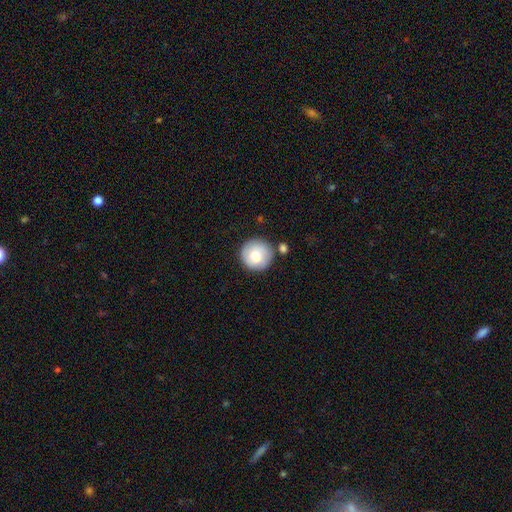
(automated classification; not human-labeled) A smooth galaxy with no disk features (81%) that is round (94%).

Vote fractions:
- Smooth or featured? smooth: 81% / featured or disk: 13% / star or artifact: 7%
- How rounded? round: 94% / in between: 5% / cigar-shaped: 1%
- Merging? none: 76% / minor disturbance: 13% / merger: 7% / major disturbance: 4%